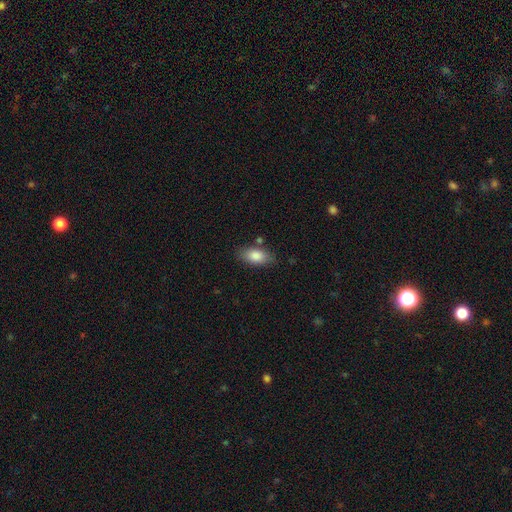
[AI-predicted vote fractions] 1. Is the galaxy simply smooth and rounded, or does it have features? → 84% smooth, 9% featured or disk, 7% star or artifact.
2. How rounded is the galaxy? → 90% in between, 6% cigar-shaped, 4% round.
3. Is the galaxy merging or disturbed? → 78% none, 15% minor disturbance, 4% merger, 3% major disturbance.